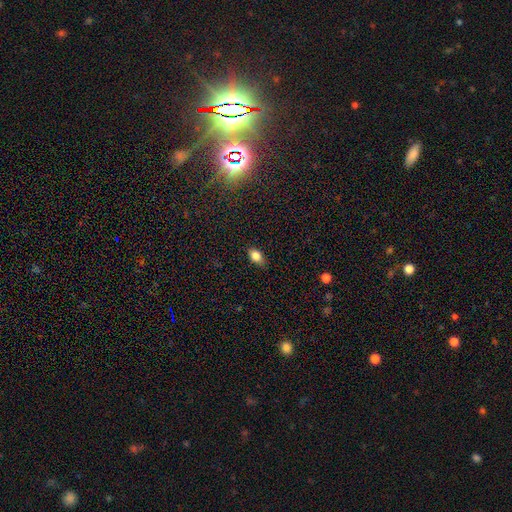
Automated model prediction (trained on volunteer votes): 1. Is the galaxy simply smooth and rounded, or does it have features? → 84% smooth, 9% star or artifact, 7% featured or disk.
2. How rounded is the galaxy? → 87% in between, 10% round, 3% cigar-shaped.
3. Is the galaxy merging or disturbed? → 80% none, 16% minor disturbance, 3% major disturbance, 1% merger.